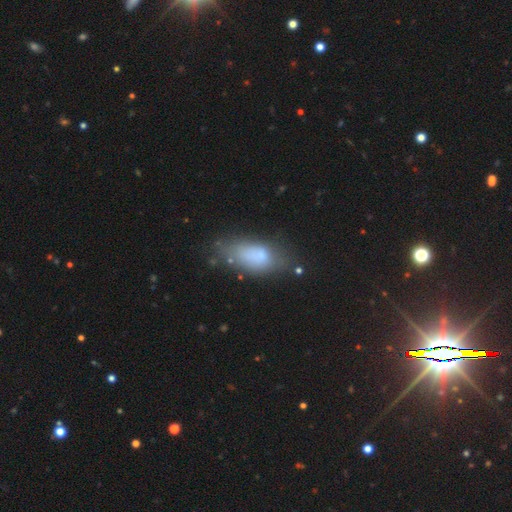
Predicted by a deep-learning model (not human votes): smooth_or_featured: smooth (p=0.71) [alt: featured or disk p=0.19]
how_rounded: in between (p=0.83) [alt: cigar-shaped p=0.13]
merging: none (p=0.50) [alt: minor disturbance p=0.28]